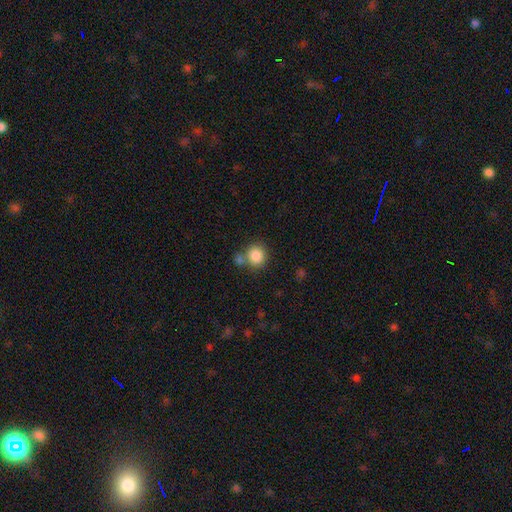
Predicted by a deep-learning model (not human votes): Smooth or featured: smooth — 86% (star or artifact — 9%)
How rounded: round — 88% (in between — 11%)
Merging: none — 64% (merger — 22%)